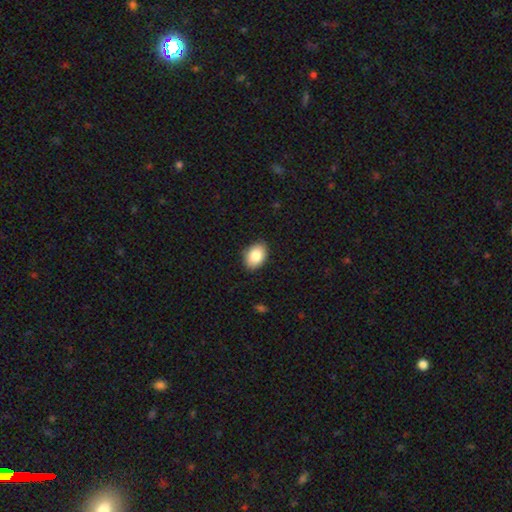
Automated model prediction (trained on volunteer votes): Smooth or featured? Predicted: smooth (p=0.85). How rounded? Predicted: in between (p=0.84). Merging? Predicted: none (p=0.87).